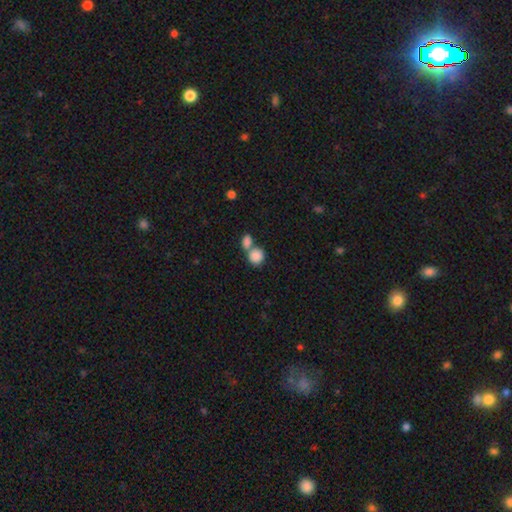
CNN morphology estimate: A smooth galaxy with no disk features (86%) that is round (76%). Merging: merger (53%).